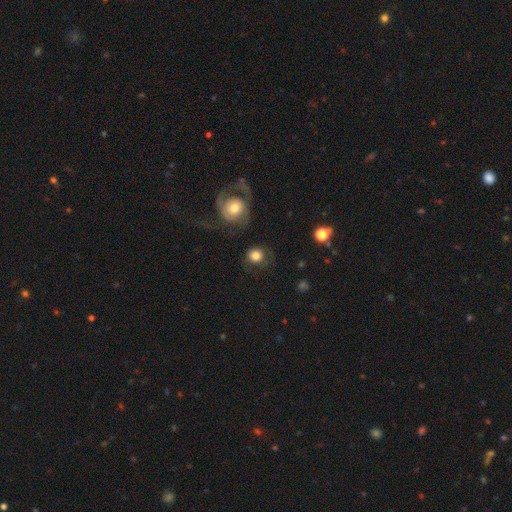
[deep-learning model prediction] A smooth galaxy with no disk features (78%) that is round (88%).

Vote fractions:
- Smooth or featured? smooth: 78% / featured or disk: 13% / star or artifact: 9%
- How rounded? round: 88% / in between: 11% / cigar-shaped: 1%
- Merging? none: 67% / minor disturbance: 15% / major disturbance: 12% / merger: 6%